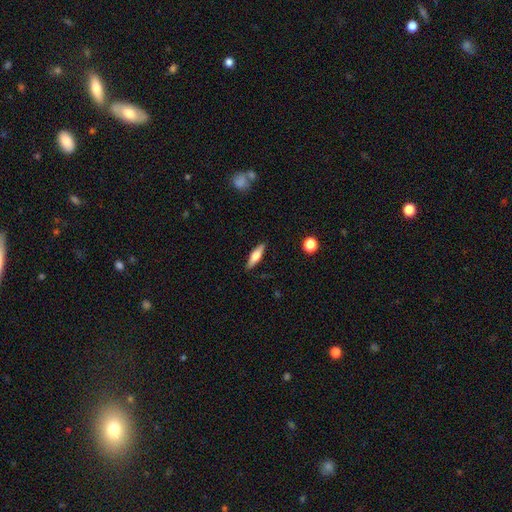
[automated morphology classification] The model was most divided on "how rounded": cigar-shaped: 60%, in between: 38%, round: 2%. More confident: merging — none (88%); smooth or featured — smooth (60%).